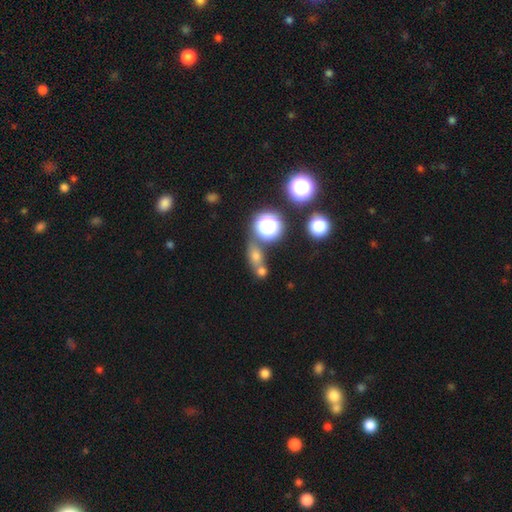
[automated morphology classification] Q: Smooth or featured?
A: smooth (56%); runner-up: star or artifact (29%)
Q: How rounded?
A: round (50%); runner-up: in between (42%)
Q: Merging?
A: none (50%); runner-up: merger (31%)